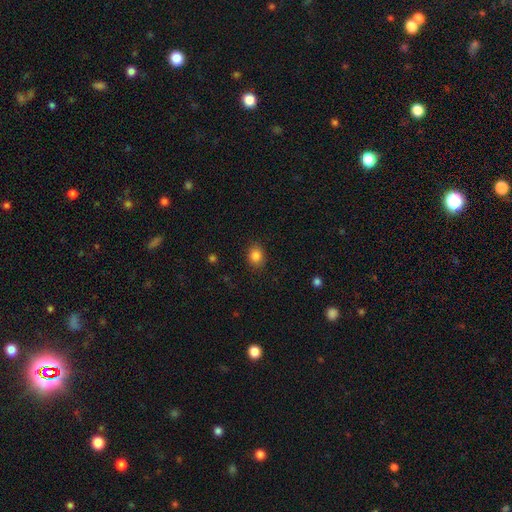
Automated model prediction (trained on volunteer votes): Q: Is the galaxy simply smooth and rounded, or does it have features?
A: smooth — 85%.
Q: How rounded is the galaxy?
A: round — 59%.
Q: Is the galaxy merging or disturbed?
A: none — 87%.